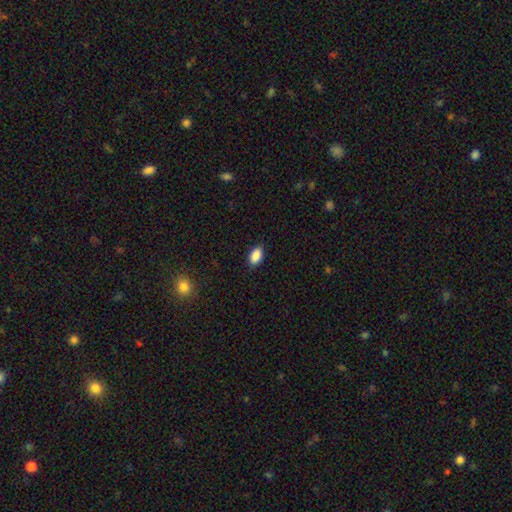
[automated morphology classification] Smooth or featured?
  - smooth: 88% *
  - star or artifact: 8%
  - featured or disk: 4%
How rounded?
  - in between: 91% *
  - round: 7%
  - cigar-shaped: 2%
Merging?
  - none: 84% *
  - minor disturbance: 13%
  - major disturbance: 3%
  - merger: 1%